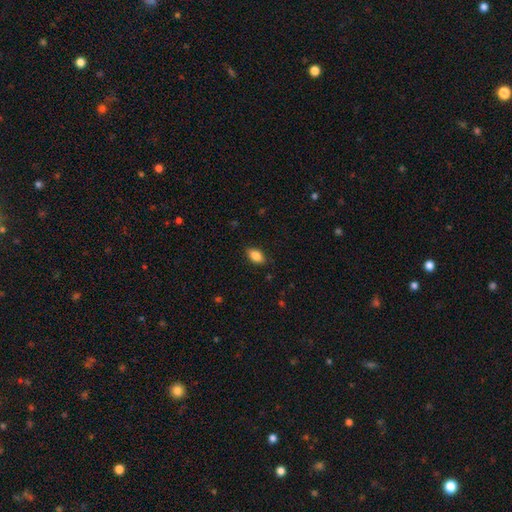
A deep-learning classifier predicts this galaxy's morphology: smooth-or-featured: smooth: 86% | star or artifact: 8% | featured or disk: 7%
  how-rounded: in between: 90% | round: 6% | cigar-shaped: 4%
  merging: none: 86% | minor disturbance: 11% | major disturbance: 2% | merger: 1%